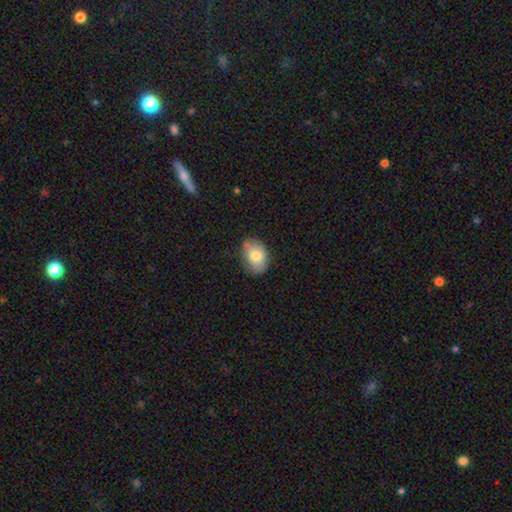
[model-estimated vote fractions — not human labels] Smooth or featured? smooth (76%)
How rounded? in between (80%)
Merging? none (71%)